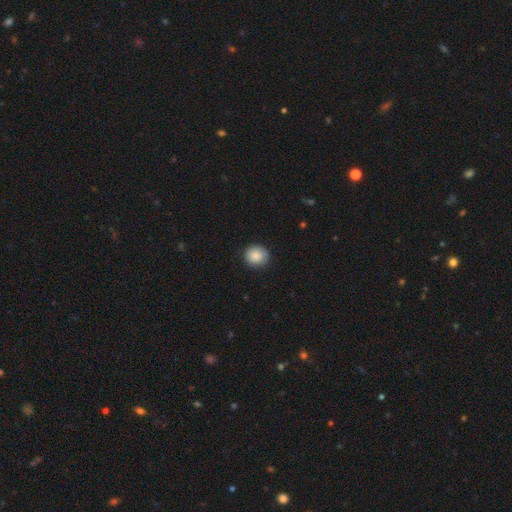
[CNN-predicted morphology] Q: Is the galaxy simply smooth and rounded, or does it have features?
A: smooth — 88%.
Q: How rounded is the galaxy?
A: round — 85%.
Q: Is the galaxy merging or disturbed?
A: none — 85%.